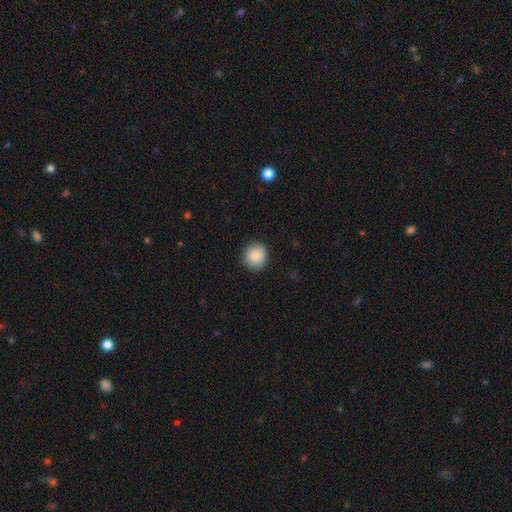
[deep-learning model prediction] Smooth or featured?
  - smooth: 88% *
  - star or artifact: 8%
  - featured or disk: 4%
How rounded?
  - round: 87% *
  - in between: 12%
  - cigar-shaped: 1%
Merging?
  - none: 90% *
  - minor disturbance: 7%
  - major disturbance: 2%
  - merger: 1%